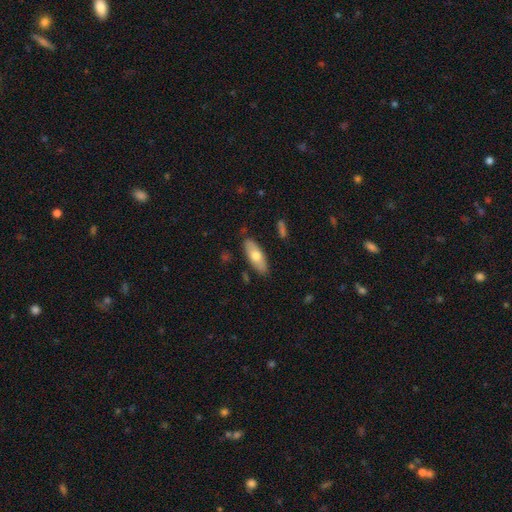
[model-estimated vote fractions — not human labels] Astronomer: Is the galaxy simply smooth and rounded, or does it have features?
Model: smooth — 67%.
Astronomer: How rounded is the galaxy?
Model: in between — 78%.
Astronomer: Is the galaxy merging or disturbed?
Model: none — 85%.